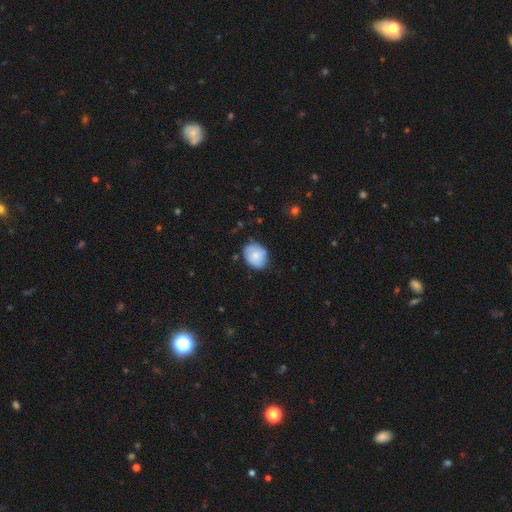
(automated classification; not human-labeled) Overall: smooth (80%). How rounded: in between (56%; round 44%). Merging: none (73%).